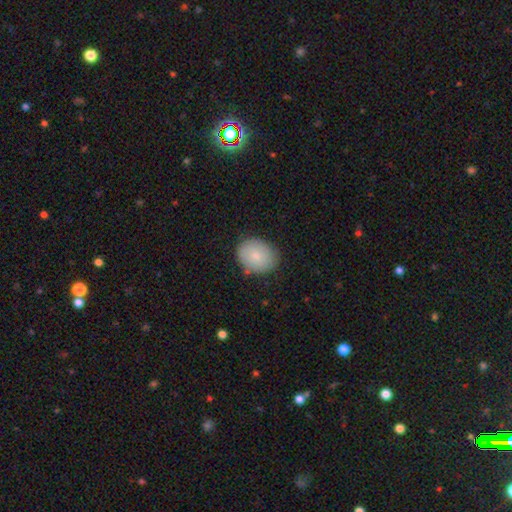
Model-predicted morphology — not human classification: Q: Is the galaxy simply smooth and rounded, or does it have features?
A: smooth — 82%.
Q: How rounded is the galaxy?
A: round — 51%.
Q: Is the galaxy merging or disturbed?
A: none — 81%.